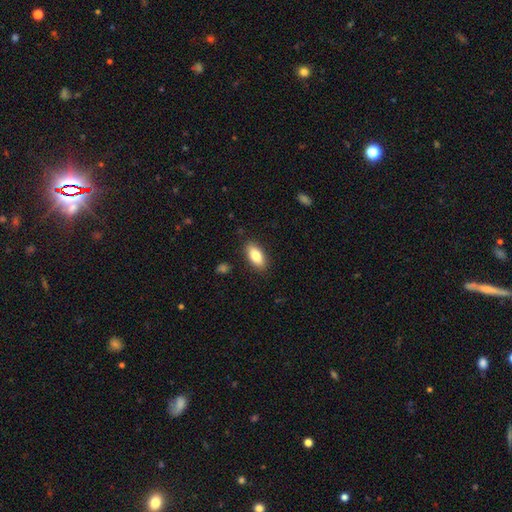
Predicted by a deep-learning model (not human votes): Smooth or featured: smooth — 83% (featured or disk — 11%)
How rounded: in between — 87% (cigar-shaped — 10%)
Merging: none — 88% (minor disturbance — 9%)